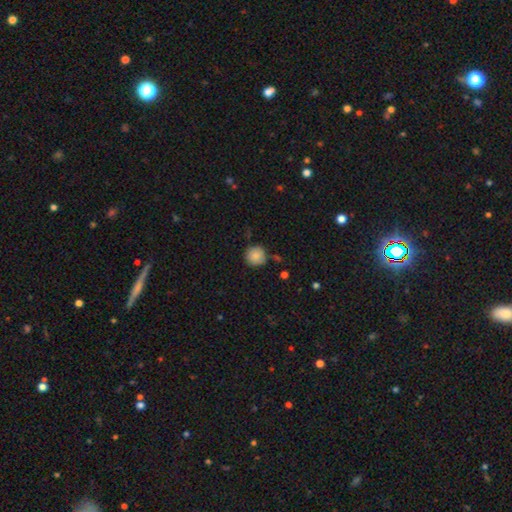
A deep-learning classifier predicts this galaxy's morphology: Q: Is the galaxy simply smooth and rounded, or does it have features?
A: smooth — 87%.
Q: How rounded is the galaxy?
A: round — 94%.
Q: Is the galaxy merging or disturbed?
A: none — 83%.